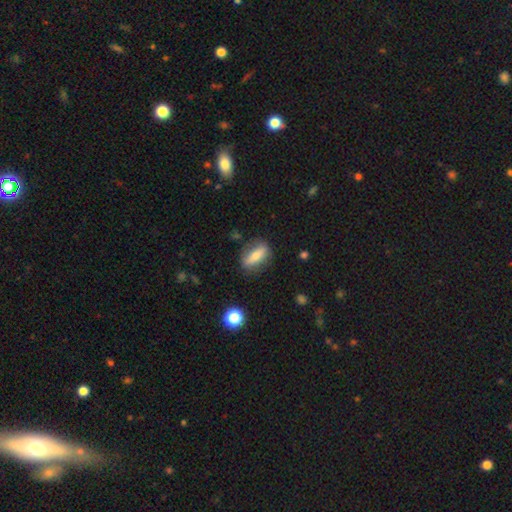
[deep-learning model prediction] A smooth galaxy with no disk features (58%) that is in between round and cigar-shaped (63%). Merging: none (78%).